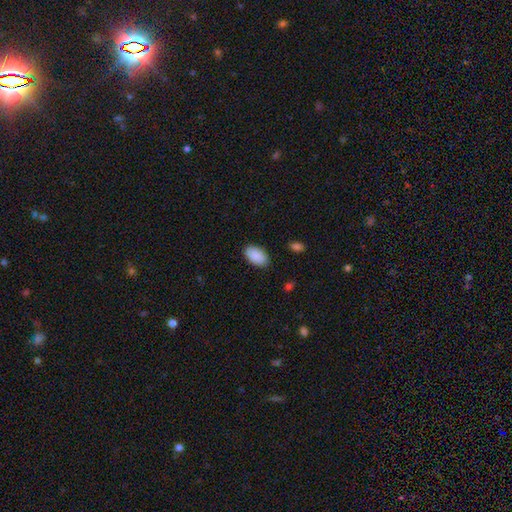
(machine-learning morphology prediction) Smooth or featured: smooth — 91% (star or artifact — 6%)
How rounded: in between — 95% (round — 4%)
Merging: none — 88% (minor disturbance — 9%)